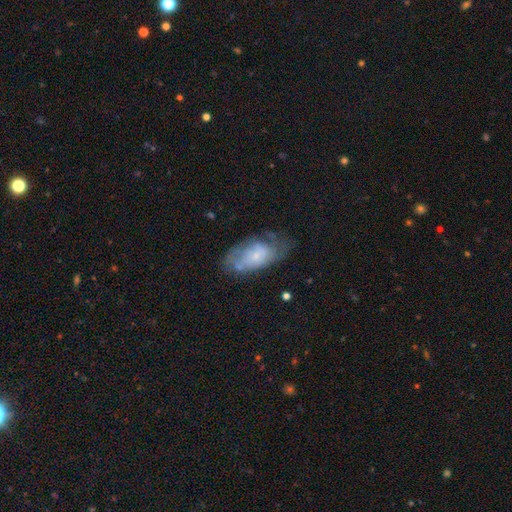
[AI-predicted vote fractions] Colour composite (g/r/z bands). It shows a featured or disk galaxy (48%). Merging: none (46%).